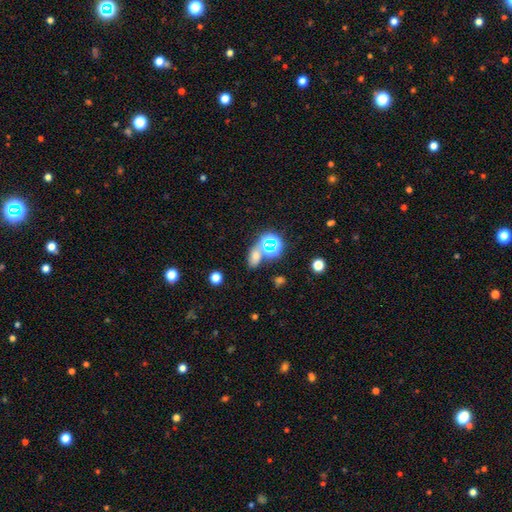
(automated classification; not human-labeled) This is possibly a smooth galaxy (51%). How rounded: likely in between (72%). Merging: possibly none (58%).